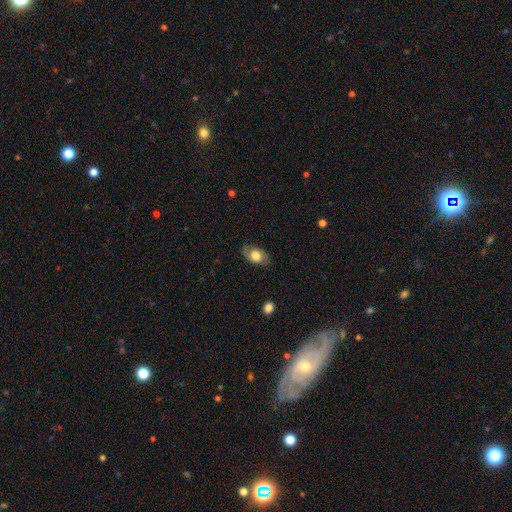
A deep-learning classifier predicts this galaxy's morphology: Overall: smooth (53%; featured or disk 40%). How rounded: in between (84%). Merging: none (79%).